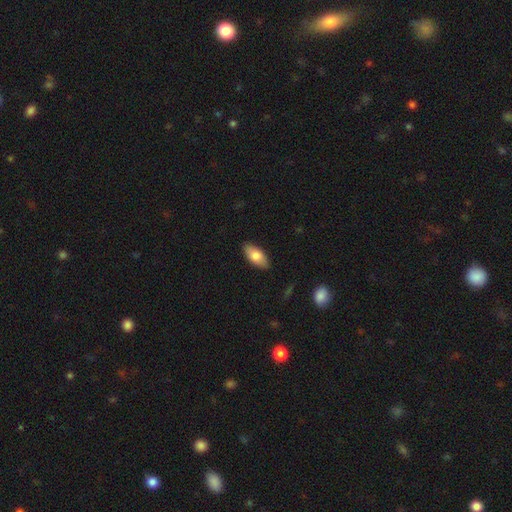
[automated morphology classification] A smooth galaxy with no disk features (79%) that is in between round and cigar-shaped (91%).

Vote fractions:
- Smooth or featured? smooth: 79% / featured or disk: 15% / star or artifact: 6%
- How rounded? in between: 91% / cigar-shaped: 6% / round: 3%
- Merging? none: 87% / minor disturbance: 10% / major disturbance: 2% / merger: 1%